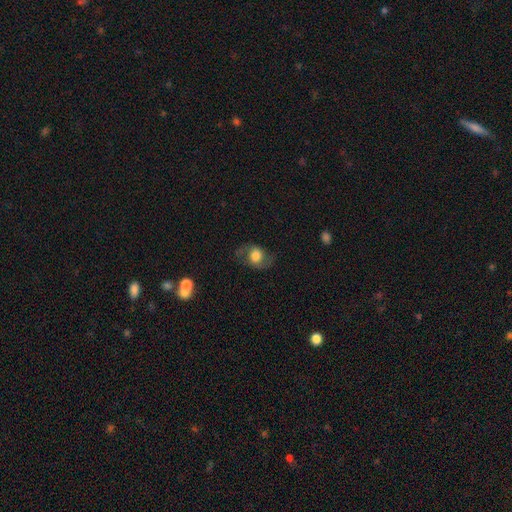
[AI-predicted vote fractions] Morphology: type=smooth (52%); roundness=in between (55%); merging=none (69%).